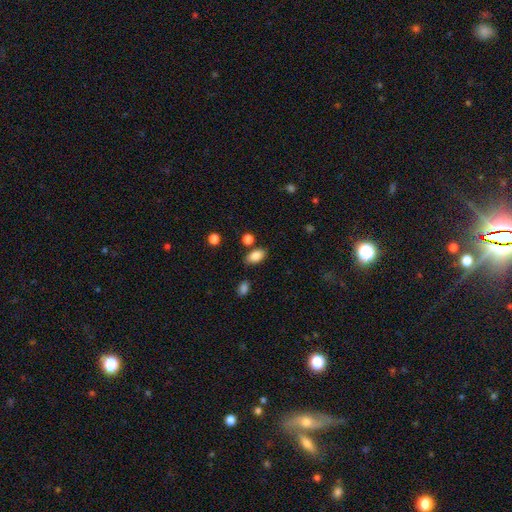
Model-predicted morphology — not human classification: A smooth galaxy with no disk features (86%) that is in between round and cigar-shaped (90%). Merging: none (78%).